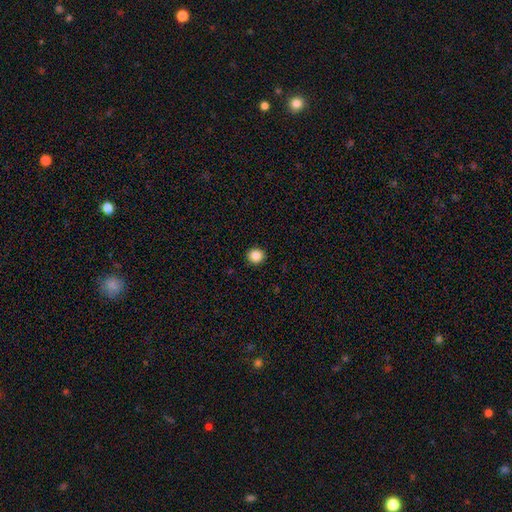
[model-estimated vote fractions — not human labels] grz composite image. It shows a smooth galaxy with no disk features (87%) that is round (91%). Merging: none (92%).